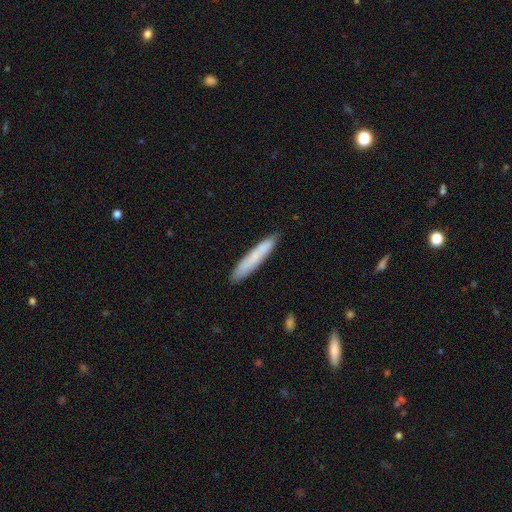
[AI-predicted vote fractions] A smooth galaxy with no disk features (72%) that is cigar-shaped (93%).

Vote fractions:
- Smooth or featured? smooth: 72% / featured or disk: 21% / star or artifact: 6%
- How rounded? cigar-shaped: 93% / in between: 6% / round: 1%
- Merging? none: 86% / minor disturbance: 10% / major disturbance: 2% / merger: 2%